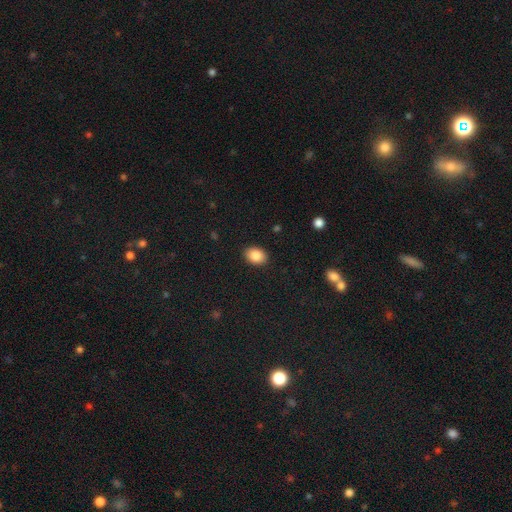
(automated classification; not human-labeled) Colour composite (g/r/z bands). It shows a smooth galaxy with no disk features (87%) that is in between round and cigar-shaped (71%). Merging: none (89%).